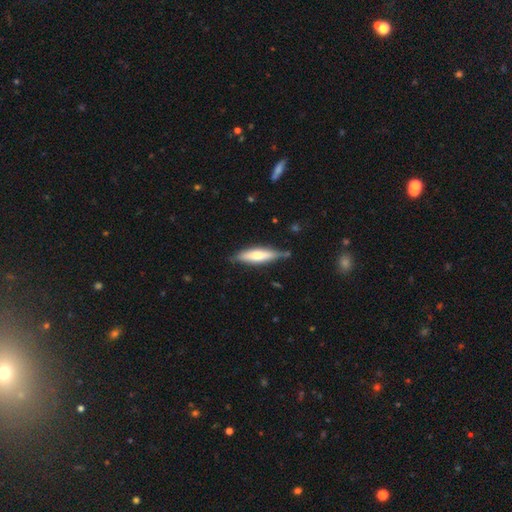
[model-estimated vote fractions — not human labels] Smooth or featured? smooth (51%)
How rounded? cigar-shaped (70%)
Merging? none (75%)